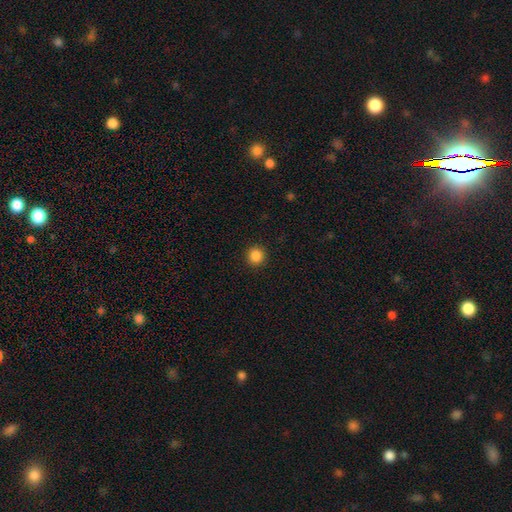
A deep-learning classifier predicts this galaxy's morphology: Q: Smooth or featured?
A: smooth (86%); runner-up: star or artifact (11%)
Q: How rounded?
A: round (93%); runner-up: in between (6%)
Q: Merging?
A: none (92%); runner-up: minor disturbance (5%)